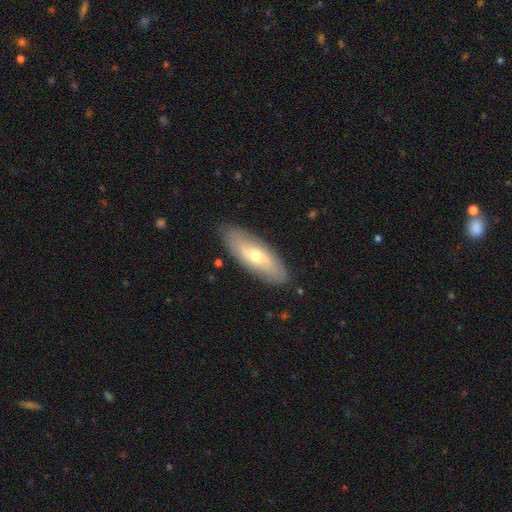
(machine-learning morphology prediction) smooth_or_featured: smooth (p=0.49) [alt: featured or disk p=0.45]
merging: none (p=0.85) [alt: minor disturbance p=0.11]